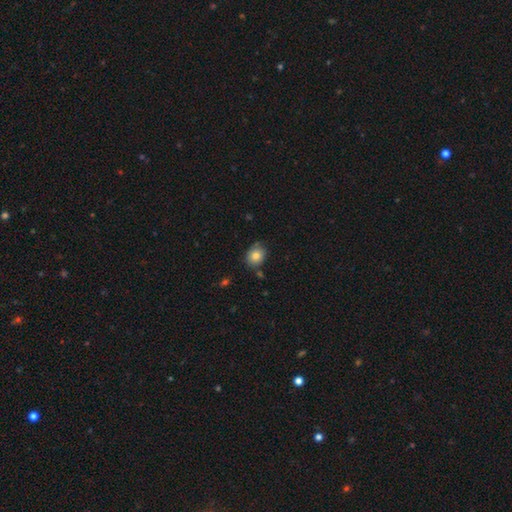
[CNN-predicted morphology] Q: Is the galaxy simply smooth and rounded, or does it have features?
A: smooth — 81%.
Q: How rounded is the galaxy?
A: round — 57%.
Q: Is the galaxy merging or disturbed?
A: none — 75%.